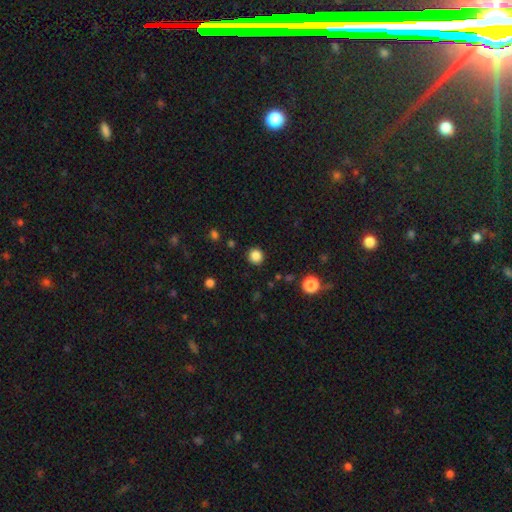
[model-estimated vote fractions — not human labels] Smooth or featured? smooth (85%)
How rounded? round (92%)
Merging? none (91%)